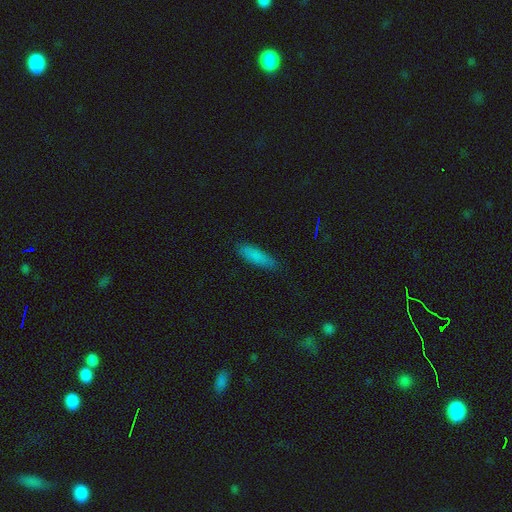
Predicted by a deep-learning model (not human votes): Morphology: type=smooth (83%); roundness=cigar-shaped (59%); merging=none (85%).